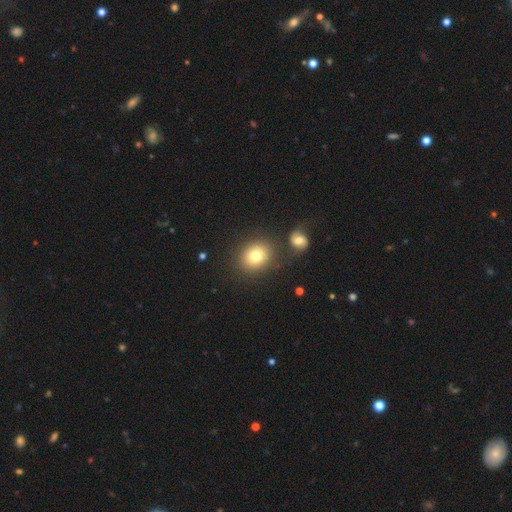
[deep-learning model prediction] smooth-or-featured: smooth: 78% | featured or disk: 11% | star or artifact: 10%
  how-rounded: round: 66% | in between: 33% | cigar-shaped: 1%
  merging: none: 80% | minor disturbance: 9% | merger: 8% | major disturbance: 3%